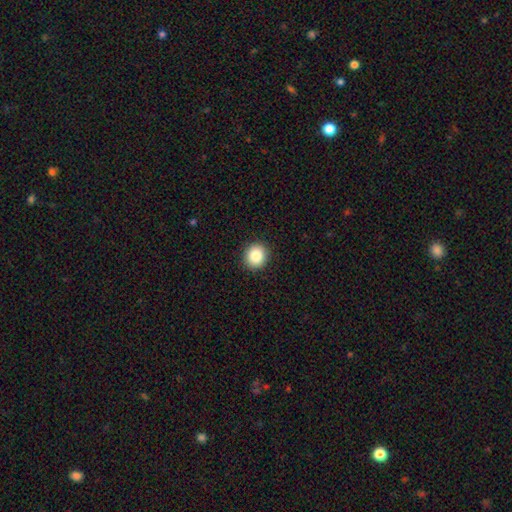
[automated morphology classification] smooth 86%, star or artifact 9%, featured or disk 5%. Down the decision tree: how rounded — round (83%); merging — none (91%).